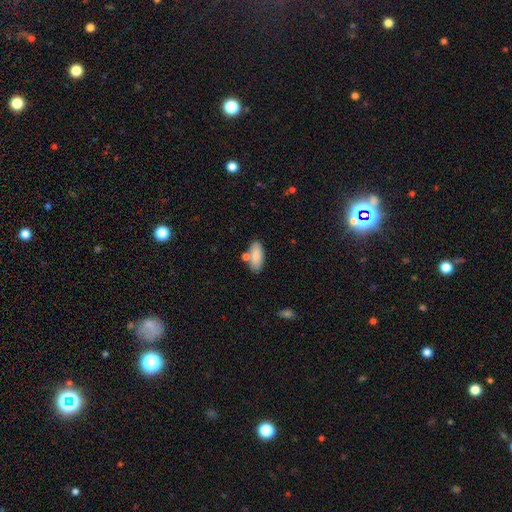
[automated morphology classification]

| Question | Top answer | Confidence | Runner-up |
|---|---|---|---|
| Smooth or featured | smooth | 85% | featured or disk (9%) |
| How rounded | in between | 84% | cigar-shaped (14%) |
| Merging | none | 69% | merger (14%) |